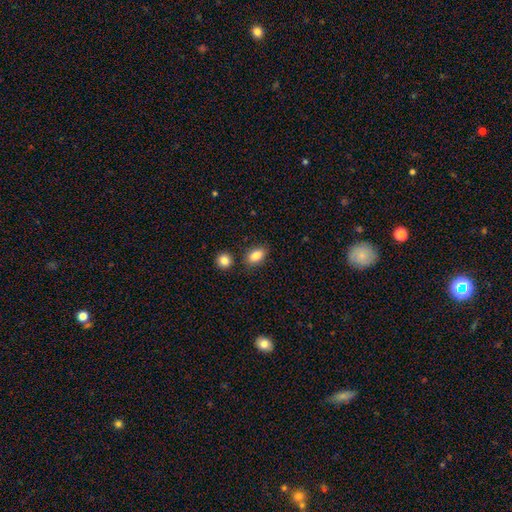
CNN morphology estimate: The model was most divided on "merging": none: 80%, minor disturbance: 12%, merger: 5%, major disturbance: 3%. More confident: how rounded — in between (86%); smooth or featured — smooth (86%).